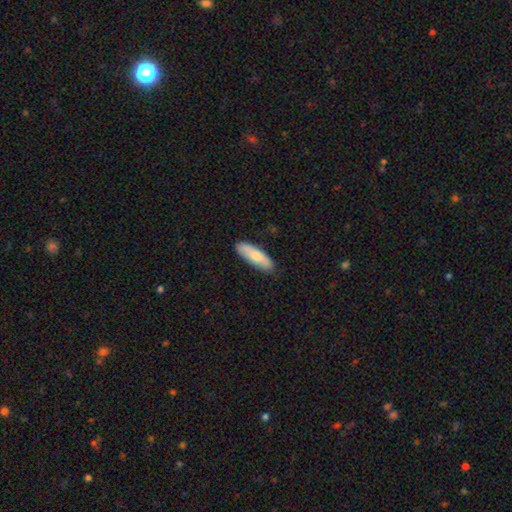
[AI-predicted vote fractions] This appears to be a smooth galaxy with no disk features (75%) that is in between round and cigar-shaped (51%). Merging: none (86%).